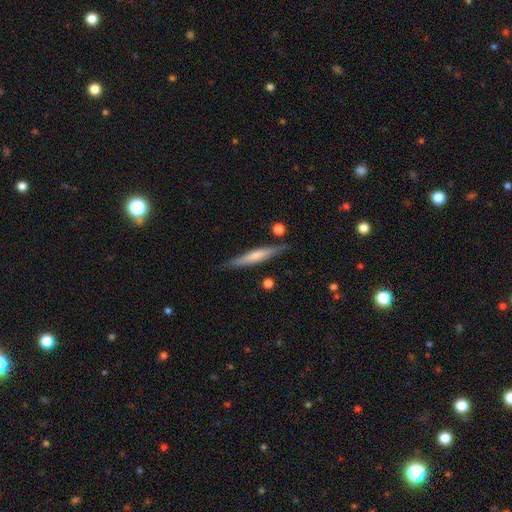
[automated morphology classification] This appears to be a featured or disk galaxy (50%). Merging: none (84%).